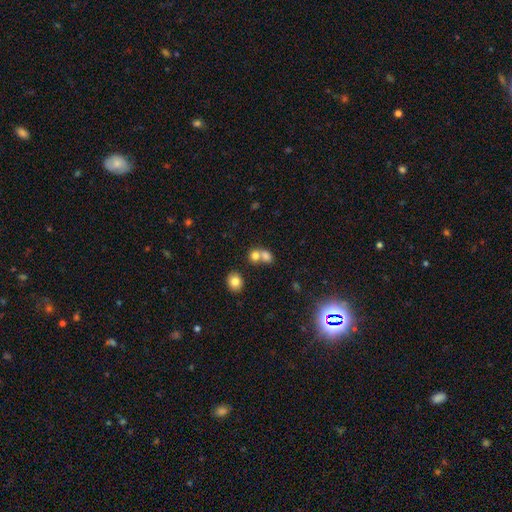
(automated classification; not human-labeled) Overall: smooth (77%). How rounded: round (61%; in between 37%). Merging: merger (55%; none 35%).